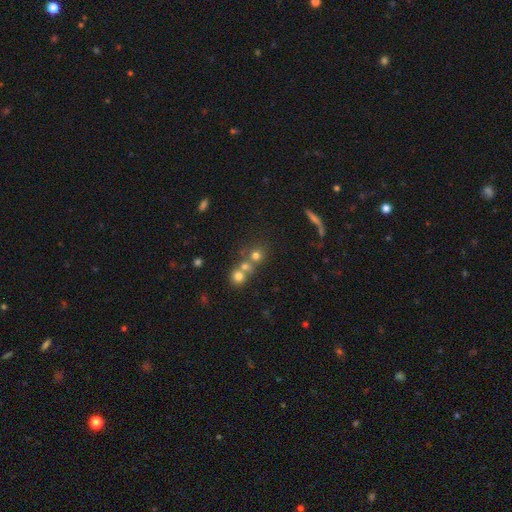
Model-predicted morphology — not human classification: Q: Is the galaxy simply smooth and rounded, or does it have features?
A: smooth — 67%.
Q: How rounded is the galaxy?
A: round — 86%.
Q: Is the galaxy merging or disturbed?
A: none — 48%.